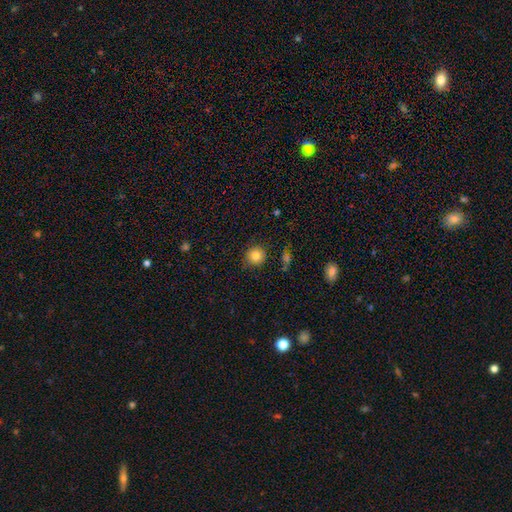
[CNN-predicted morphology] This appears to be a smooth galaxy with no disk features (84%) that is round (91%). Merging: none (84%).